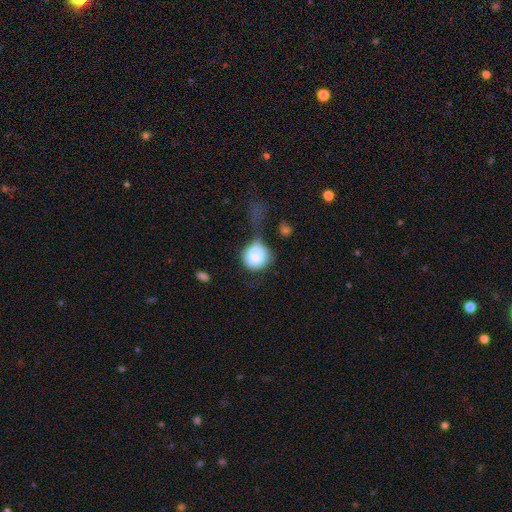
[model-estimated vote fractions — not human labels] Smooth or featured: smooth — 80% (featured or disk — 13%)
How rounded: round — 88% (in between — 11%)
Merging: major disturbance — 36% (minor disturbance — 28%)